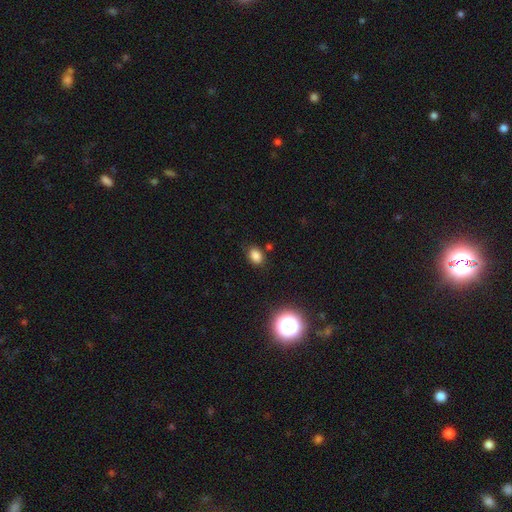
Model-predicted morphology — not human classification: smooth_or_featured: smooth (p=0.80) [alt: star or artifact p=0.15]
how_rounded: in between (p=0.68) [alt: round p=0.31]
merging: none (p=0.82) [alt: minor disturbance p=0.13]